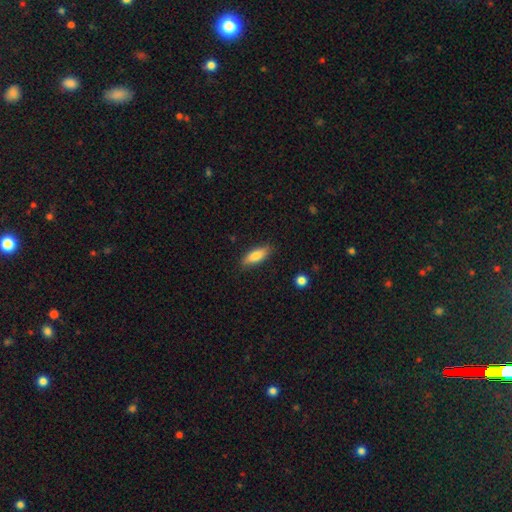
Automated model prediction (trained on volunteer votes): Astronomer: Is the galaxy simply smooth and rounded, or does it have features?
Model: smooth — 80%.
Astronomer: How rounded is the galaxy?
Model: in between — 66%.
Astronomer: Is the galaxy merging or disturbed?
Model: none — 86%.